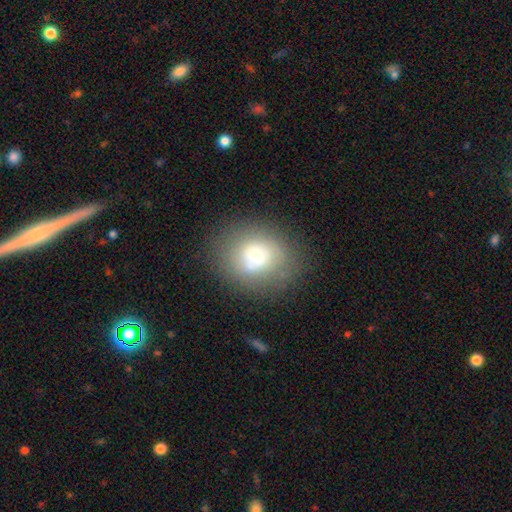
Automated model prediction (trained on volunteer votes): smooth-or-featured: smooth: 65% | featured or disk: 23% | star or artifact: 12%
  how-rounded: round: 68% | in between: 31% | cigar-shaped: 1%
  merging: none: 73% | minor disturbance: 15% | major disturbance: 7% | merger: 6%